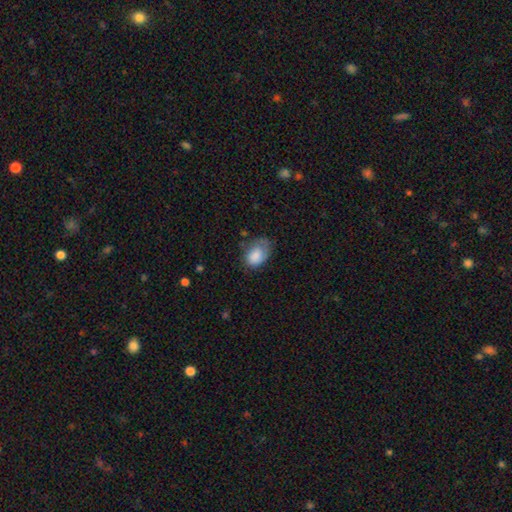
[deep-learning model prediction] smooth 77%, featured or disk 16%, star or artifact 7%. Down the decision tree: how rounded — in between (83%); merging — none (49%).